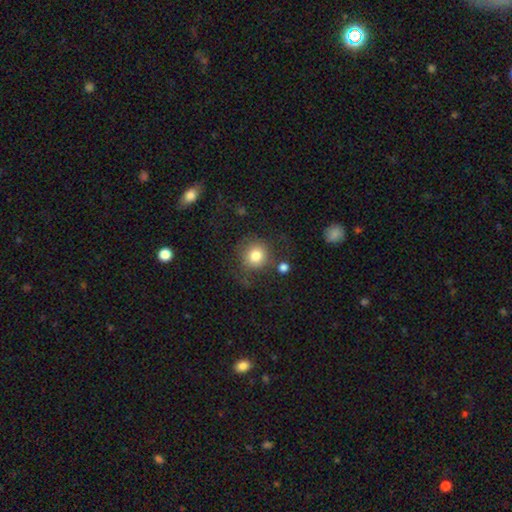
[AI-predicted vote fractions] This is clearly a smooth galaxy (81%). How rounded: clearly round (91%). Merging: likely none (70%).